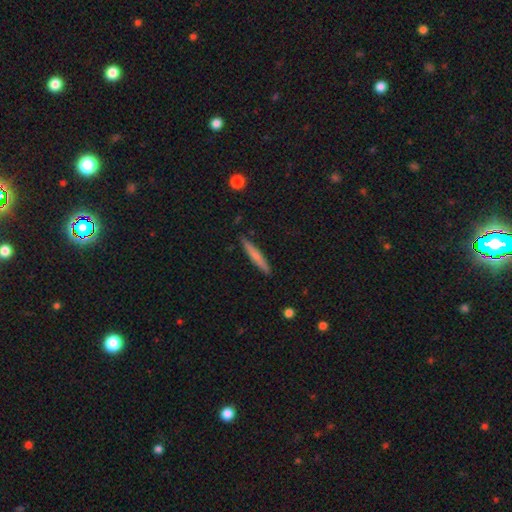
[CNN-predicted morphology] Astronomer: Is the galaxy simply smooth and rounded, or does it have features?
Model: smooth — 67%.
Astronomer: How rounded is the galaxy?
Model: cigar-shaped — 95%.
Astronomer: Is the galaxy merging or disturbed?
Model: none — 90%.